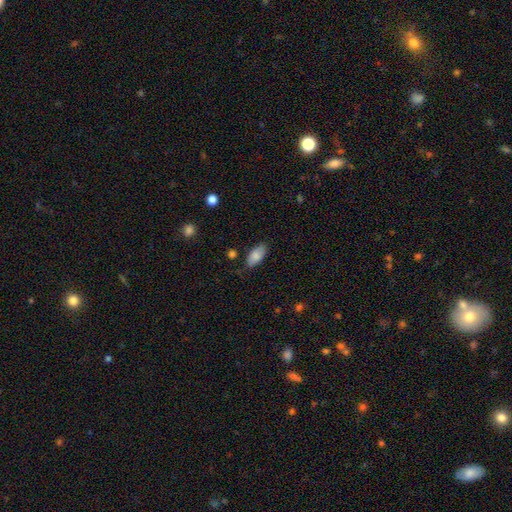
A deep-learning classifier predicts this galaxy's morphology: type=smooth (84%); roundness=in between (91%); merging=none (76%).